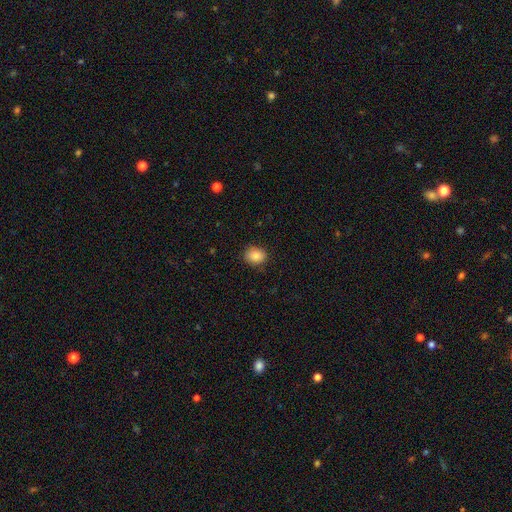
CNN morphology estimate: Smooth or featured? Predicted: smooth (p=0.86). How rounded? Predicted: round (p=0.61). Merging? Predicted: none (p=0.85).